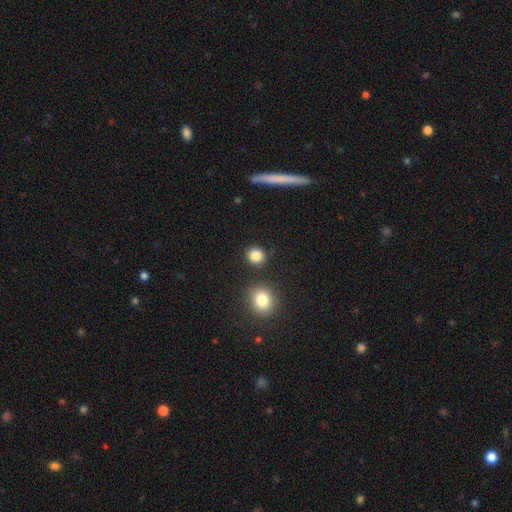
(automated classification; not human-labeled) Smooth or featured? smooth (84%)
How rounded? round (86%)
Merging? none (87%)